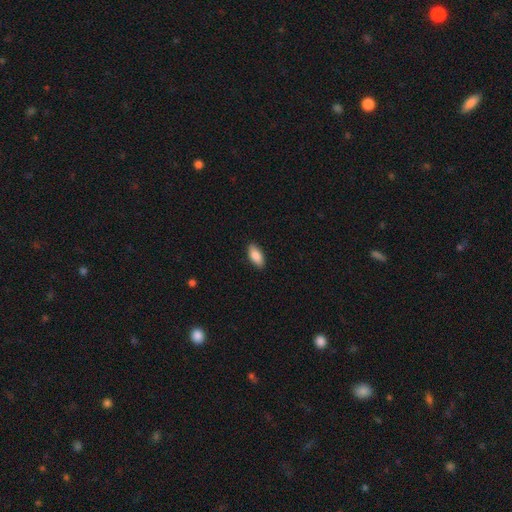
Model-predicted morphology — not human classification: Smooth or featured?
  - smooth: 87% *
  - featured or disk: 7%
  - star or artifact: 6%
How rounded?
  - in between: 90% *
  - cigar-shaped: 8%
  - round: 2%
Merging?
  - none: 89% *
  - minor disturbance: 8%
  - major disturbance: 2%
  - merger: 1%